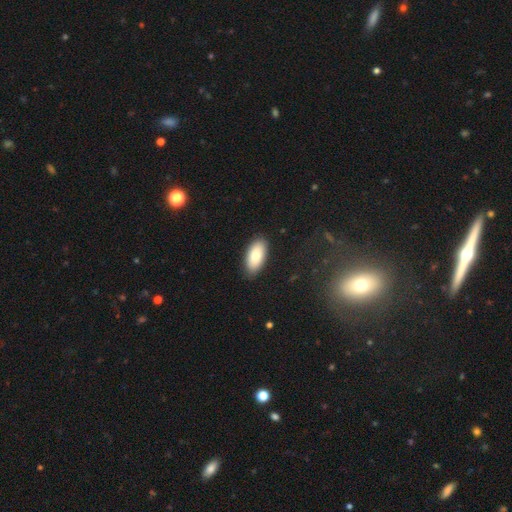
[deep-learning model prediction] Smooth or featured? Predicted: smooth (p=0.82). How rounded? Predicted: in between (p=0.92). Merging? Predicted: none (p=0.87).